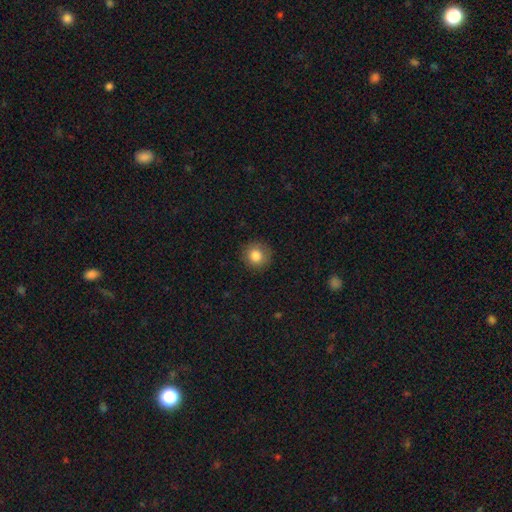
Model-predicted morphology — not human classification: Smooth or featured?
  - smooth: 83% *
  - star or artifact: 9%
  - featured or disk: 8%
How rounded?
  - round: 93% *
  - in between: 6%
  - cigar-shaped: 1%
Merging?
  - none: 88% *
  - minor disturbance: 8%
  - major disturbance: 3%
  - merger: 1%